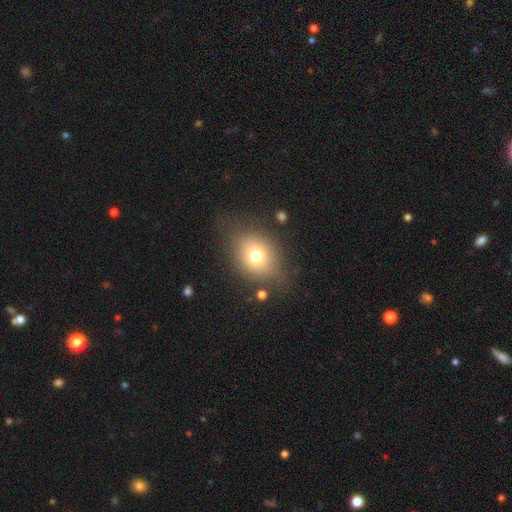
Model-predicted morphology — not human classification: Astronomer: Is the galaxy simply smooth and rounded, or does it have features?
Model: smooth — 71%.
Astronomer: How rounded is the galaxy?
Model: in between — 51% (runner-up: round, 48%).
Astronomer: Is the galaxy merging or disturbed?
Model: none — 68%.